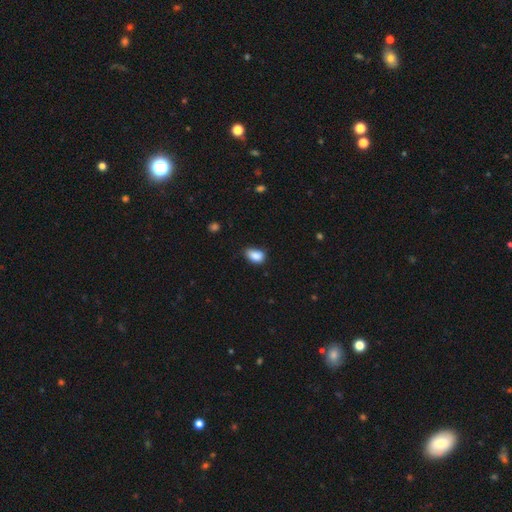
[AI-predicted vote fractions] Q: Smooth or featured?
A: smooth (86%); runner-up: star or artifact (9%)
Q: How rounded?
A: in between (85%); runner-up: round (13%)
Q: Merging?
A: none (60%); runner-up: minor disturbance (32%)